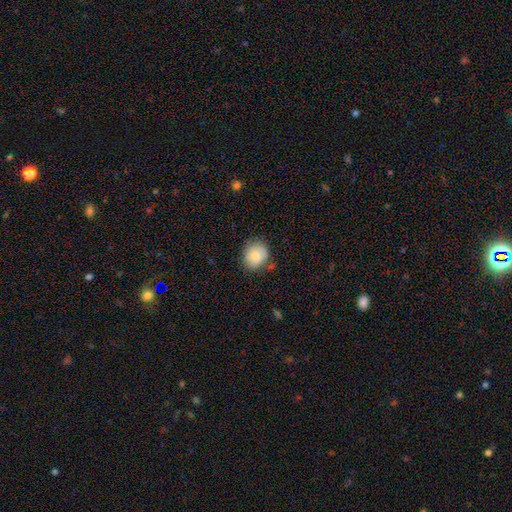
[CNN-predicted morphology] smooth 77%, featured or disk 15%, star or artifact 8%. Down the decision tree: how rounded — round (67%); merging — none (71%).